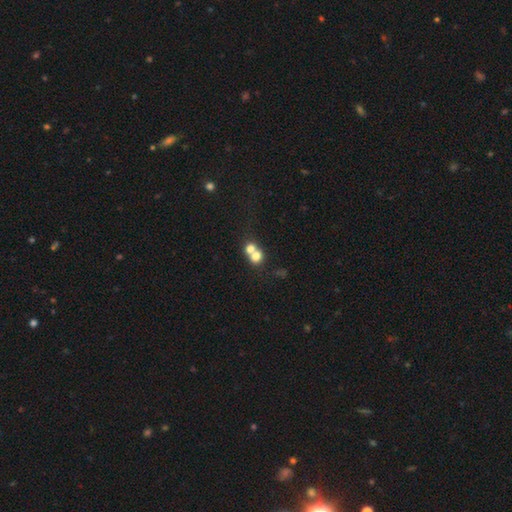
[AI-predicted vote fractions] Overall: smooth (71%). How rounded: round (77%). Merging: merger (62%; none 30%).